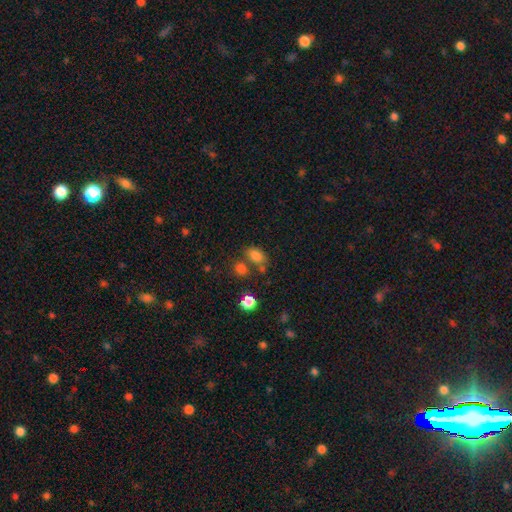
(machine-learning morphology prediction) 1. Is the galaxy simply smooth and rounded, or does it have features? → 79% smooth, 13% star or artifact, 8% featured or disk.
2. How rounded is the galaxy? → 81% in between, 17% round, 2% cigar-shaped.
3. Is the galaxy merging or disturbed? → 55% none, 23% merger, 15% minor disturbance, 6% major disturbance.